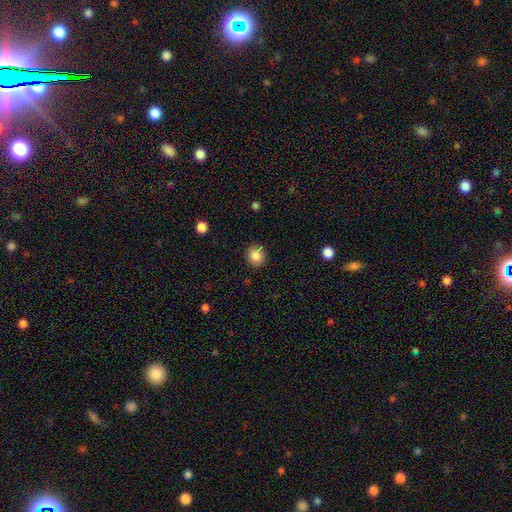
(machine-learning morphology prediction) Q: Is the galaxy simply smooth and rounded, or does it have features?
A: smooth — 85%.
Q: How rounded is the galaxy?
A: round — 80%.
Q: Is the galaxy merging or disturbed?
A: none — 88%.